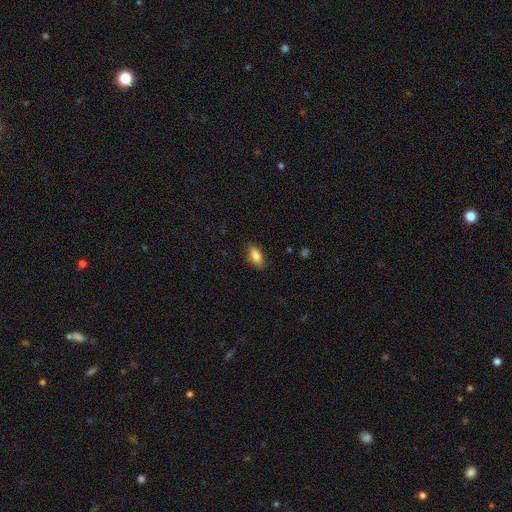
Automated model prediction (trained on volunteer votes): Smooth or featured: smooth — 83% (featured or disk — 10%)
How rounded: in between — 88% (cigar-shaped — 8%)
Merging: none — 86% (minor disturbance — 11%)